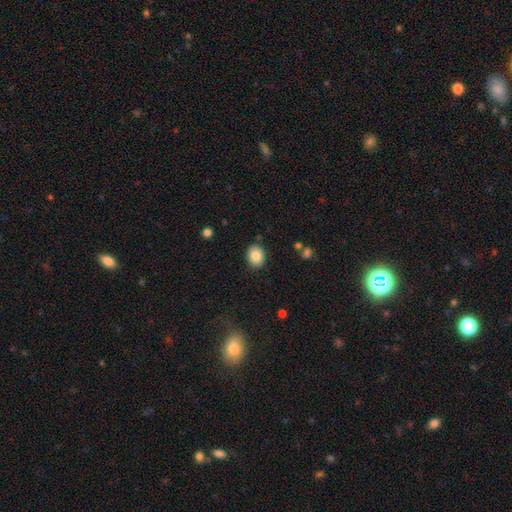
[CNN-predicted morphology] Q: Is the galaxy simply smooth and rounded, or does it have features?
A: smooth — 84%.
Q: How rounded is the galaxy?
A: in between — 62%.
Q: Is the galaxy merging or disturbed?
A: none — 86%.